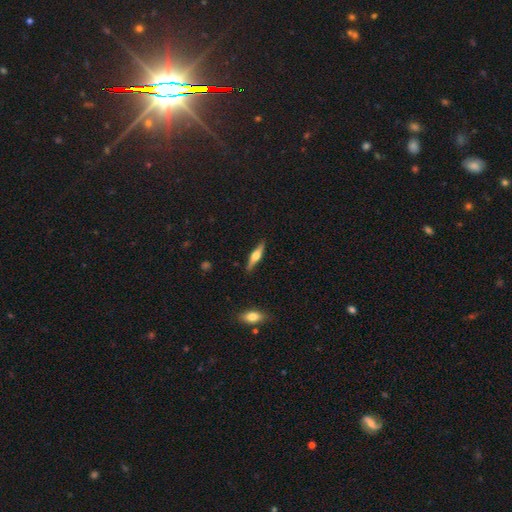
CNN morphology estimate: Overall: featured or disk (58%; smooth 36%). Edge-on disk: yes (96%). Edge-on bulge: rounded (91%). Merging: none (87%).